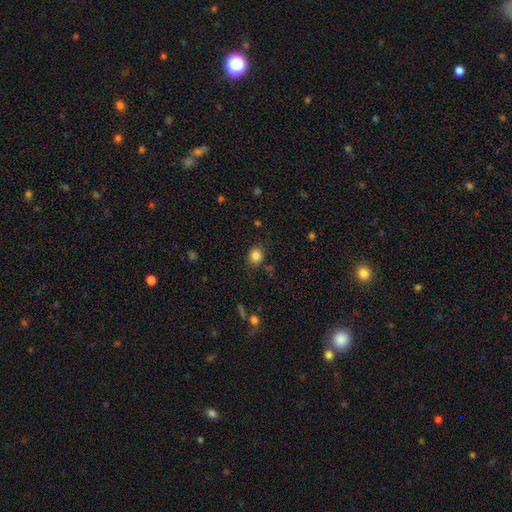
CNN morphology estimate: Q: Smooth or featured?
A: smooth (85%); runner-up: star or artifact (11%)
Q: How rounded?
A: round (74%); runner-up: in between (25%)
Q: Merging?
A: none (82%); runner-up: minor disturbance (11%)